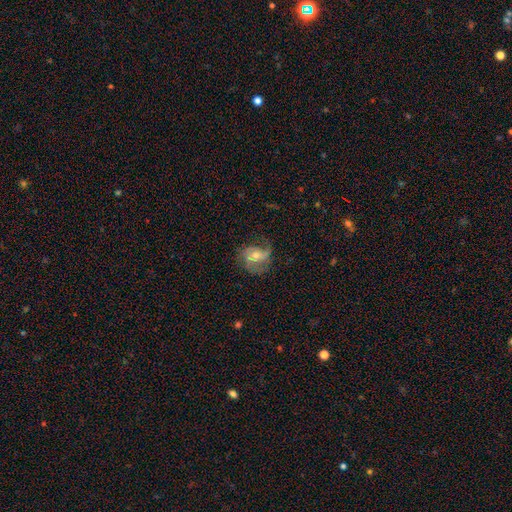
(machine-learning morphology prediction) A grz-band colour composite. It shows a featured or disk galaxy (59%) with no bar (56%), spiral arms (81%) and a moderate central bulge (49%). Merging: none (50%).